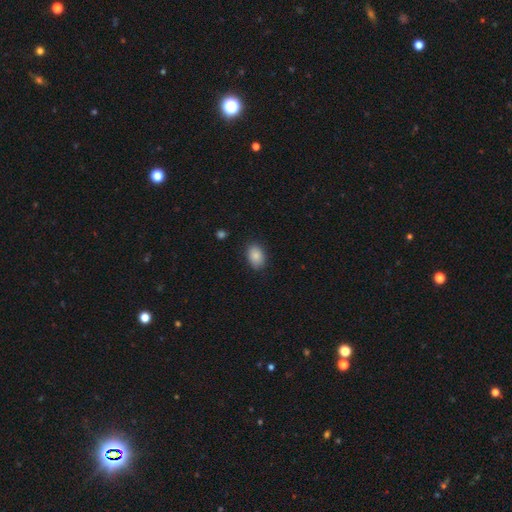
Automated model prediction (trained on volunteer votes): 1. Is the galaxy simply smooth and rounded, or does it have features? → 87% smooth, 8% star or artifact, 5% featured or disk.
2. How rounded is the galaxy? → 82% in between, 17% round, 1% cigar-shaped.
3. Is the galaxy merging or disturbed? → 86% none, 11% minor disturbance, 3% major disturbance, 1% merger.